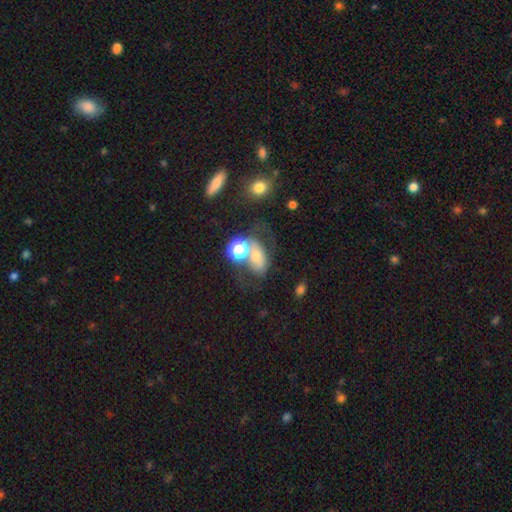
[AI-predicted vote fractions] smooth 47%, featured or disk 36%, star or artifact 17%. Down the decision tree: merging — merger (31%).